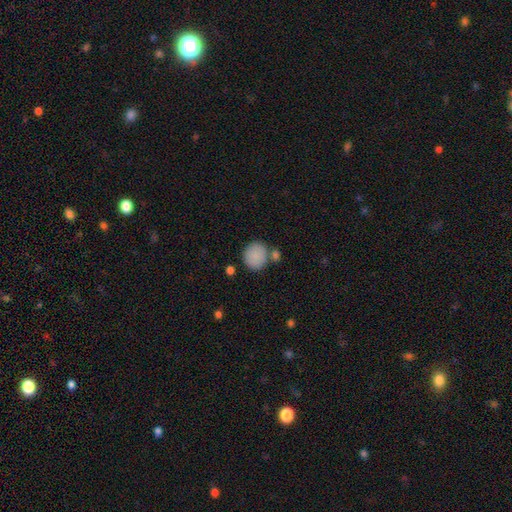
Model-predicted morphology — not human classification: Smooth or featured?
  - smooth: 86% *
  - star or artifact: 7%
  - featured or disk: 7%
How rounded?
  - round: 81% *
  - in between: 18%
  - cigar-shaped: 1%
Merging?
  - none: 69% *
  - merger: 15%
  - minor disturbance: 13%
  - major disturbance: 4%